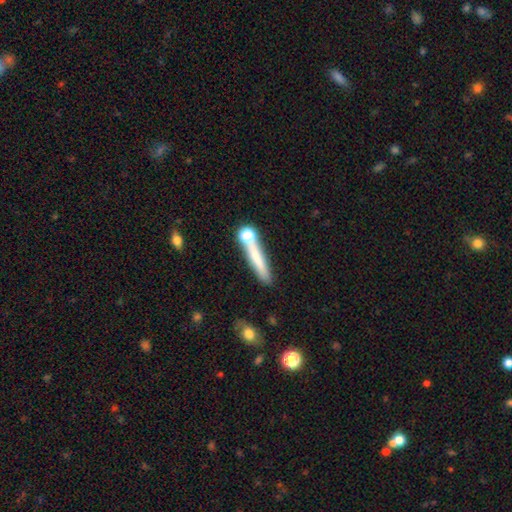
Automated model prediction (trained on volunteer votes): Morphology: type=smooth (64%); roundness=cigar-shaped (89%); merging=none (66%).